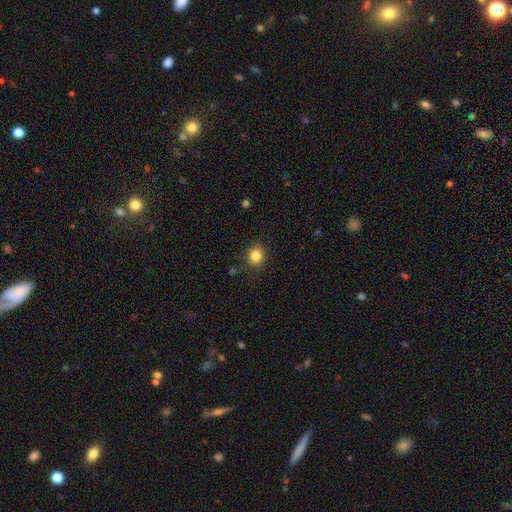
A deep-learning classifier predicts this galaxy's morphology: Q: Smooth or featured?
A: smooth (84%); runner-up: star or artifact (11%)
Q: How rounded?
A: round (74%); runner-up: in between (25%)
Q: Merging?
A: none (88%); runner-up: minor disturbance (8%)